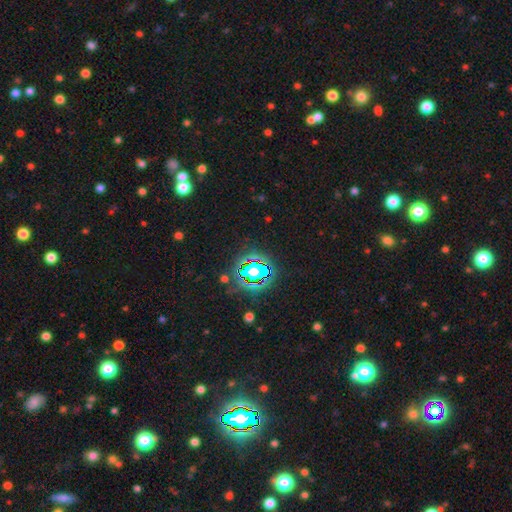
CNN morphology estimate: Smooth or featured?
  - star or artifact: 80% *
  - smooth: 12%
  - featured or disk: 8%